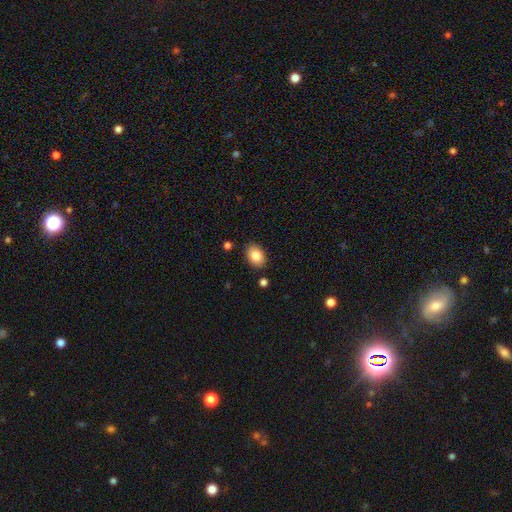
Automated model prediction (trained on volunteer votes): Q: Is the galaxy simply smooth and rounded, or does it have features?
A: smooth — 85%.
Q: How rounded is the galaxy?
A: in between — 79%.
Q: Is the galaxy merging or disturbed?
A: none — 85%.